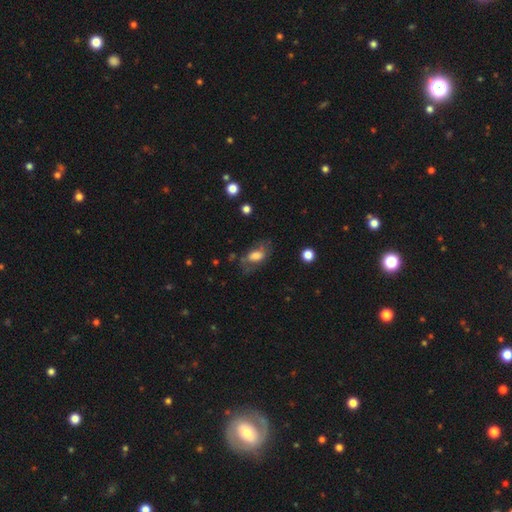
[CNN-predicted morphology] Overall: smooth (59%; featured or disk 31%). How rounded: in between (85%). Merging: none (55%; minor disturbance 23%).